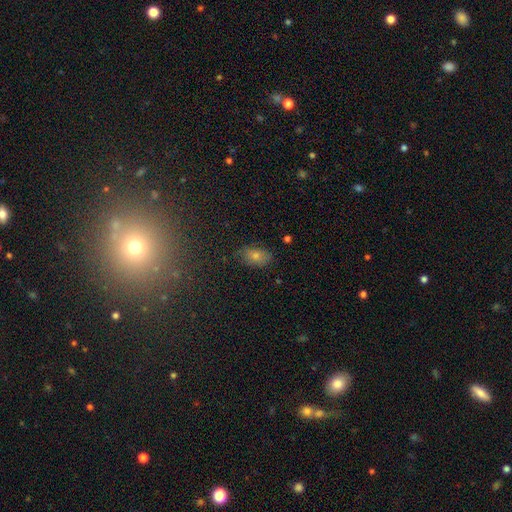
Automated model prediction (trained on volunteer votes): smooth 61%, star or artifact 23%, featured or disk 16%. Down the decision tree: how rounded — in between (83%); merging — none (81%).